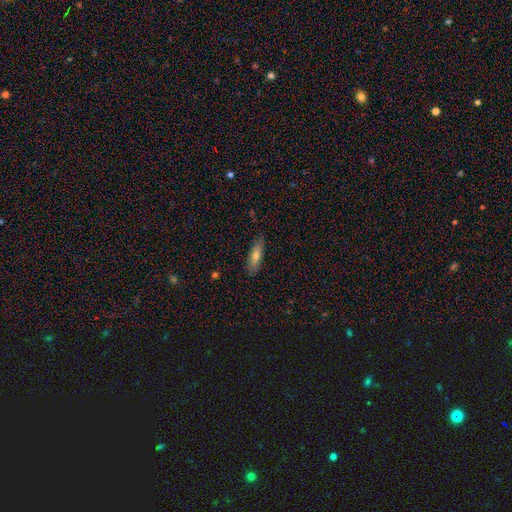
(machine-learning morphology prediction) smooth-or-featured: smooth: 64% | featured or disk: 29% | star or artifact: 7%
  how-rounded: cigar-shaped: 64% | in between: 34% | round: 2%
  merging: none: 86% | minor disturbance: 11% | major disturbance: 2% | merger: 1%